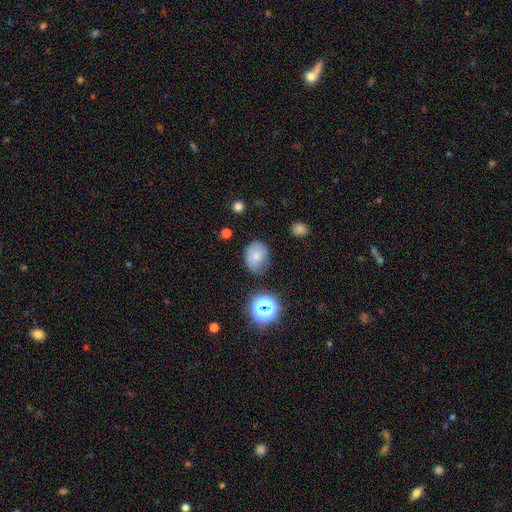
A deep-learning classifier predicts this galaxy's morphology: smooth_or_featured: smooth (p=0.75) [alt: star or artifact p=0.14]
how_rounded: in between (p=0.56) [alt: round p=0.43]
merging: none (p=0.67) [alt: minor disturbance p=0.24]